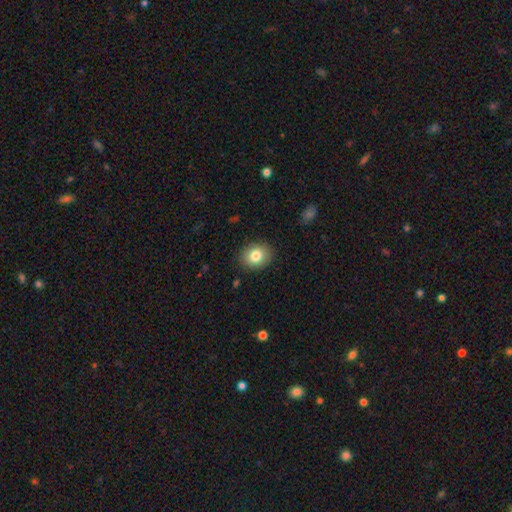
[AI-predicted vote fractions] This appears to be a smooth galaxy with no disk features (82%) that is in between round and cigar-shaped (50%). Merging: none (89%).